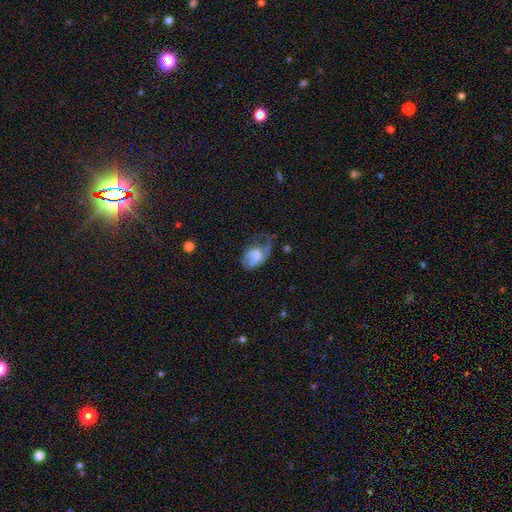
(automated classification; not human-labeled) Smooth or featured? featured or disk (59%)
Edge-on disk? no (96%)
Bar? no (51%)
Spiral arms? yes (78%)
Bulge size? moderate (50%)
Merging? major disturbance (39%)